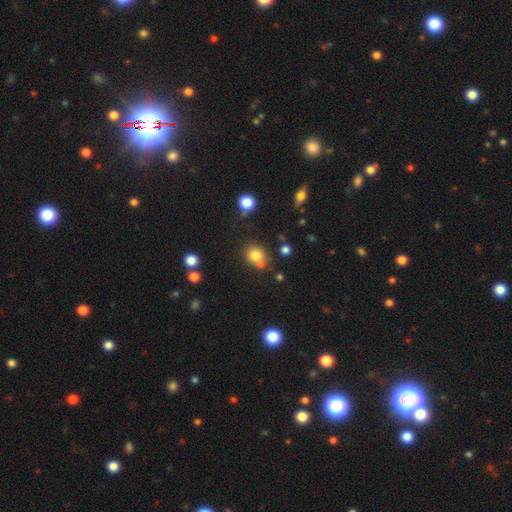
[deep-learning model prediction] This is likely a smooth galaxy (79%). How rounded: likely round (78%). Merging: likely none (63%).